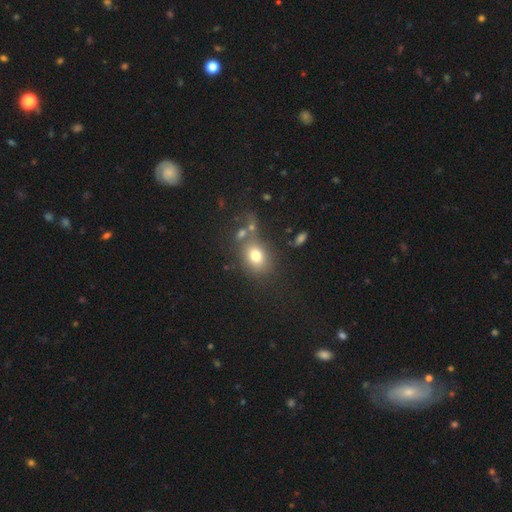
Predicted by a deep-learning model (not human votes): This appears to be a smooth galaxy with no disk features (76%) that is in between round and cigar-shaped (56%). Merging: none (63%).